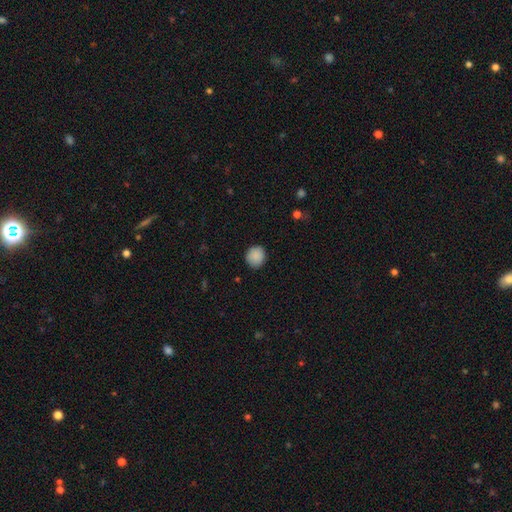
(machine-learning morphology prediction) smooth-or-featured: smooth: 89% | star or artifact: 8% | featured or disk: 3%
  how-rounded: round: 84% | in between: 15% | cigar-shaped: 1%
  merging: none: 87% | minor disturbance: 10% | major disturbance: 2% | merger: 1%